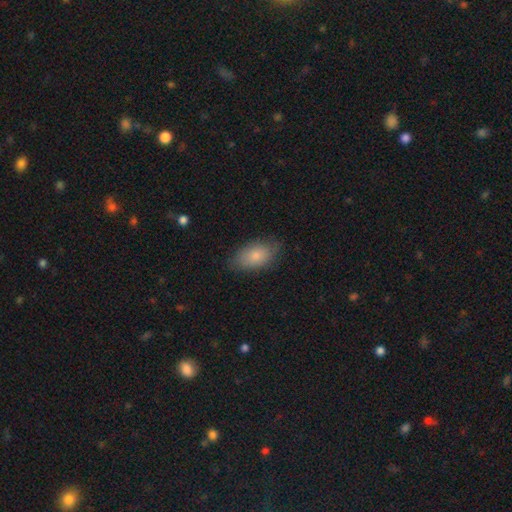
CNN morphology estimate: A smooth galaxy with no disk features (82%) that is in between round and cigar-shaped (92%). Merging: none (79%).